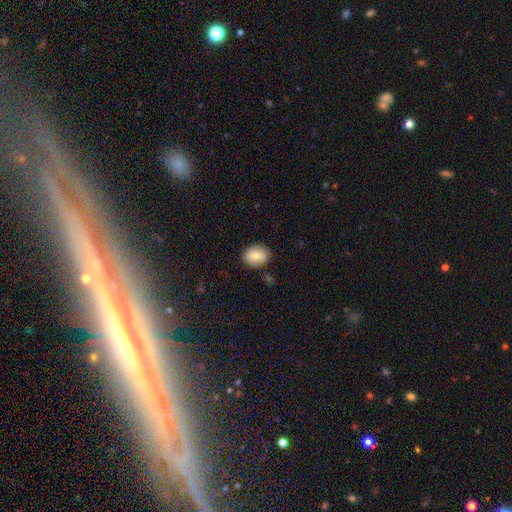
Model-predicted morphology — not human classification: Overall: smooth (82%). How rounded: in between (63%; round 36%). Merging: none (86%).